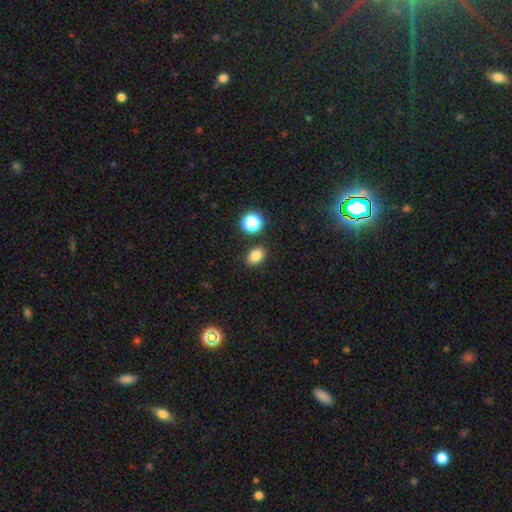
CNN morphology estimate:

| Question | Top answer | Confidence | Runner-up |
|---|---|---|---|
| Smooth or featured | smooth | 81% | star or artifact (13%) |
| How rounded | in between | 67% | round (32%) |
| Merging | none | 85% | minor disturbance (8%) |